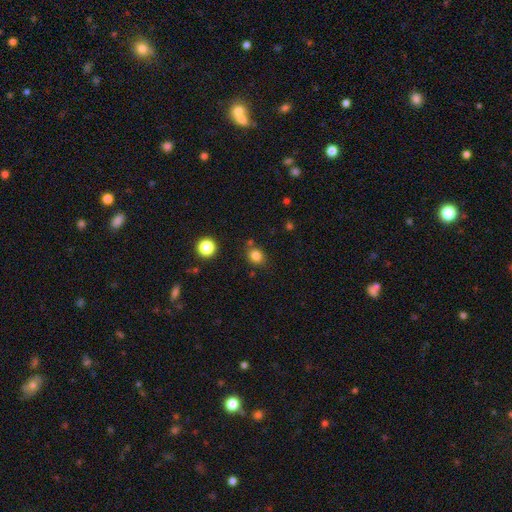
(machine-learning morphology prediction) smooth-or-featured: smooth: 82% | star or artifact: 13% | featured or disk: 6%
  how-rounded: round: 63% | in between: 36% | cigar-shaped: 1%
  merging: none: 78% | minor disturbance: 12% | merger: 6% | major disturbance: 3%